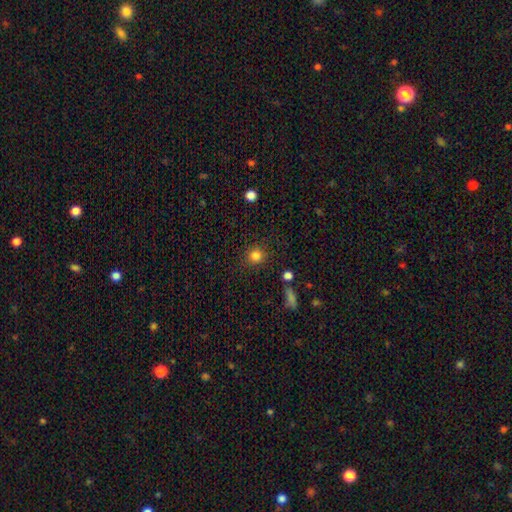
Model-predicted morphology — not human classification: Smooth or featured? Predicted: smooth (p=0.83). How rounded? Predicted: round (p=0.87). Merging? Predicted: none (p=0.85).